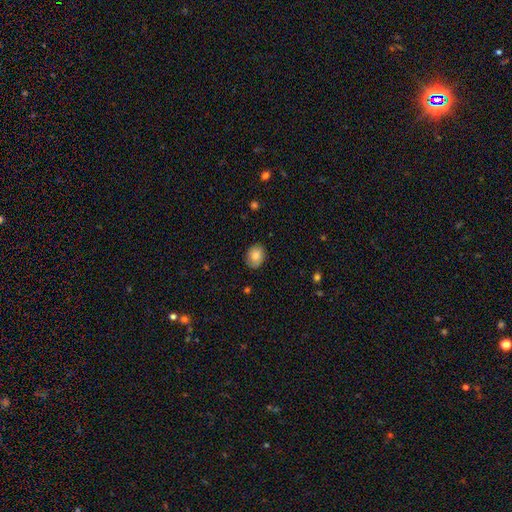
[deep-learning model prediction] smooth-or-featured: smooth: 78% | featured or disk: 14% | star or artifact: 8%
  how-rounded: in between: 52% | round: 47% | cigar-shaped: 1%
  merging: none: 82% | minor disturbance: 14% | major disturbance: 3% | merger: 1%